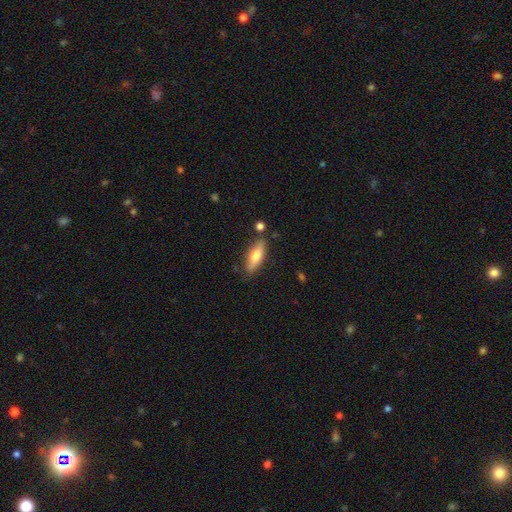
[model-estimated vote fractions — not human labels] Overall: smooth (64%; featured or disk 30%). How rounded: in between (55%; cigar-shaped 43%). Merging: none (78%).